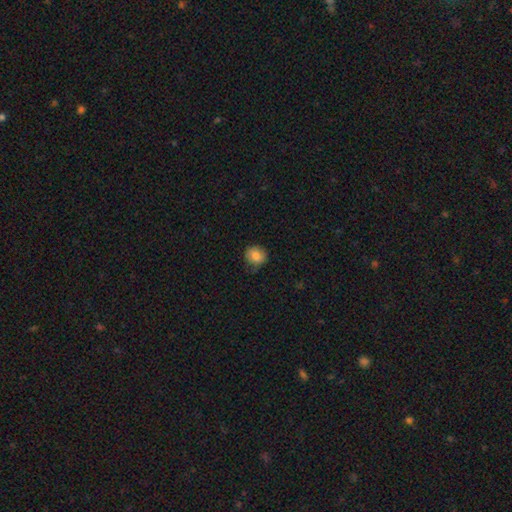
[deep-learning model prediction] Q: Smooth or featured?
A: smooth (83%); runner-up: star or artifact (9%)
Q: How rounded?
A: round (79%); runner-up: in between (21%)
Q: Merging?
A: none (73%); runner-up: minor disturbance (21%)